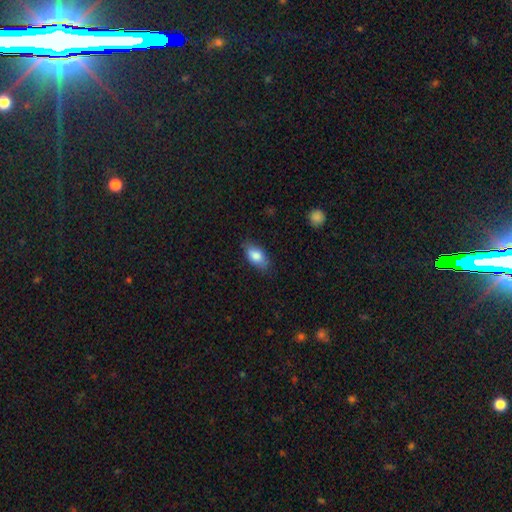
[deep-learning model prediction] Smooth or featured: smooth — 82% (featured or disk — 11%)
How rounded: in between — 89% (round — 6%)
Merging: none — 78% (minor disturbance — 17%)